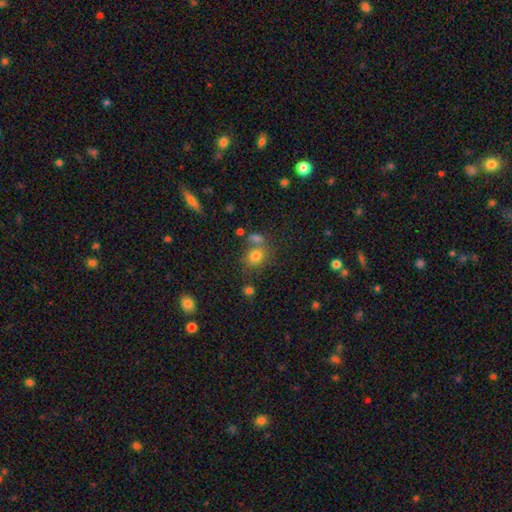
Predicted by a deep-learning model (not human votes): This is likely a smooth galaxy (77%). How rounded: possibly round (56%). Merging: possibly none (57%).